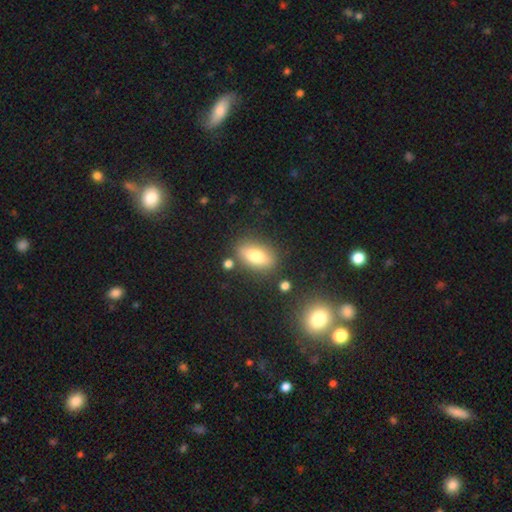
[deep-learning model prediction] smooth-or-featured: smooth: 74% | featured or disk: 18% | star or artifact: 8%
  how-rounded: in between: 83% | cigar-shaped: 11% | round: 6%
  merging: none: 80% | minor disturbance: 12% | merger: 5% | major disturbance: 4%